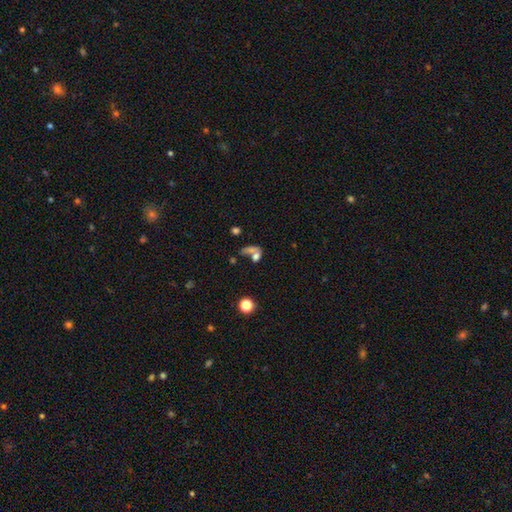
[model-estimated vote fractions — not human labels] This is possibly a smooth galaxy (57%). How rounded: possibly in between (55%). Merging: possibly merger (46%).